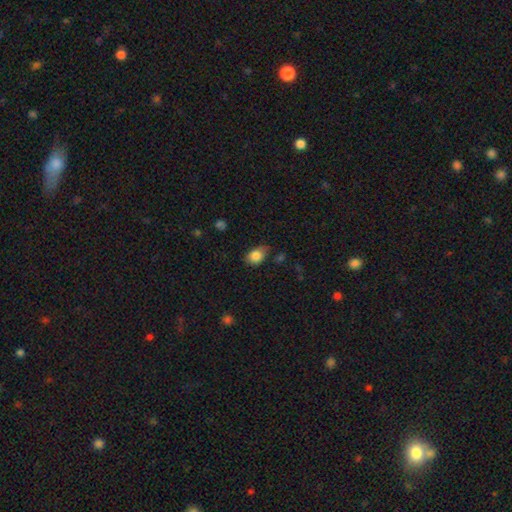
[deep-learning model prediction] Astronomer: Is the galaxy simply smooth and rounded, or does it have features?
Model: smooth — 84%.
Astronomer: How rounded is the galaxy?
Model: in between — 75%.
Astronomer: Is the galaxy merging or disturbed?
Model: none — 62%.